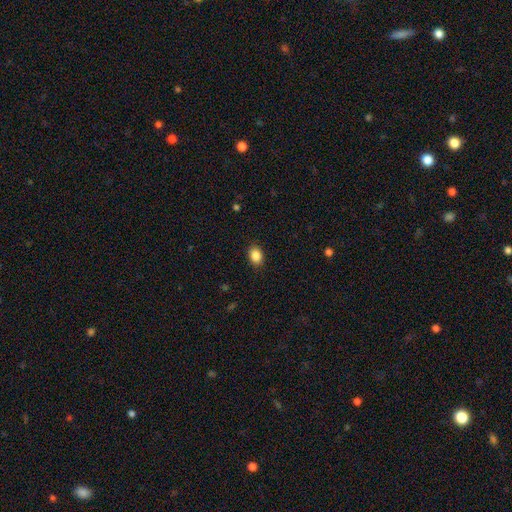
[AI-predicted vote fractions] This is clearly a smooth galaxy (87%). How rounded: likely in between (69%). Merging: clearly none (88%).